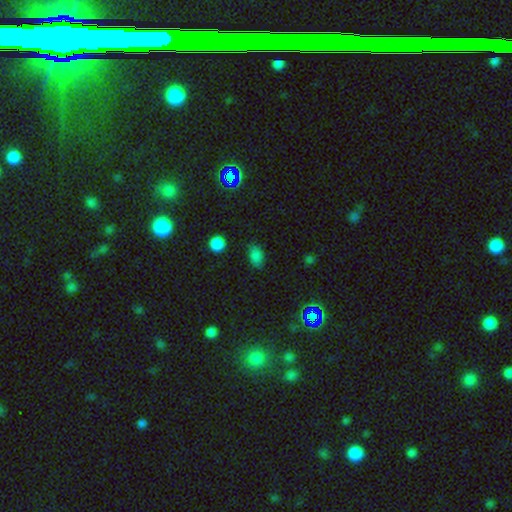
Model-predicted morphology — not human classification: This is likely a smooth galaxy (77%). How rounded: clearly in between (81%). Merging: likely none (72%).